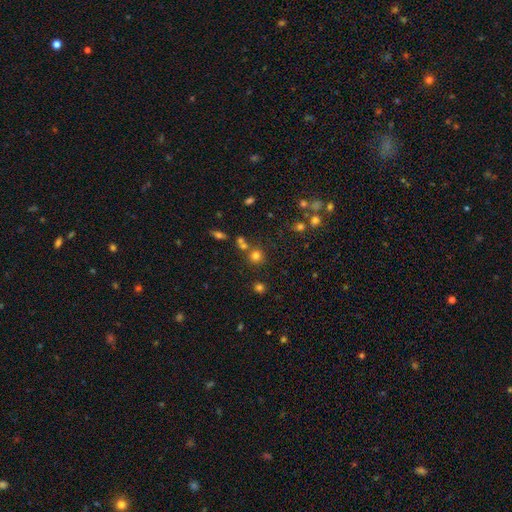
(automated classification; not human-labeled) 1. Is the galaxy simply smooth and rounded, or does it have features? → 72% smooth, 20% star or artifact, 9% featured or disk.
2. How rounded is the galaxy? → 90% round, 9% in between, 1% cigar-shaped.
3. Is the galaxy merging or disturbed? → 70% none, 18% merger, 8% minor disturbance, 3% major disturbance.